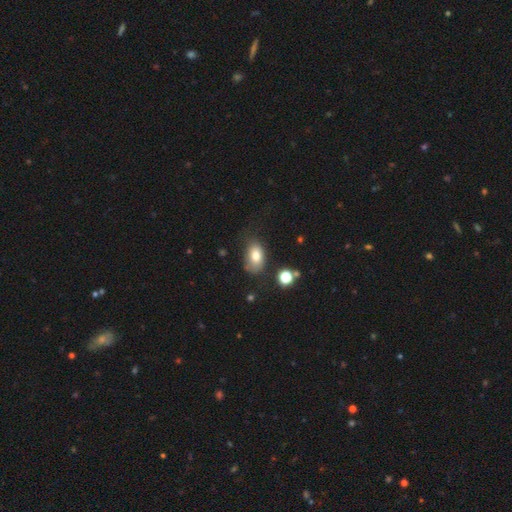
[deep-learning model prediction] The model was most divided on "merging": none: 54%, minor disturbance: 29%, major disturbance: 13%, merger: 4%. More confident: how rounded — in between (86%); smooth or featured — smooth (76%).